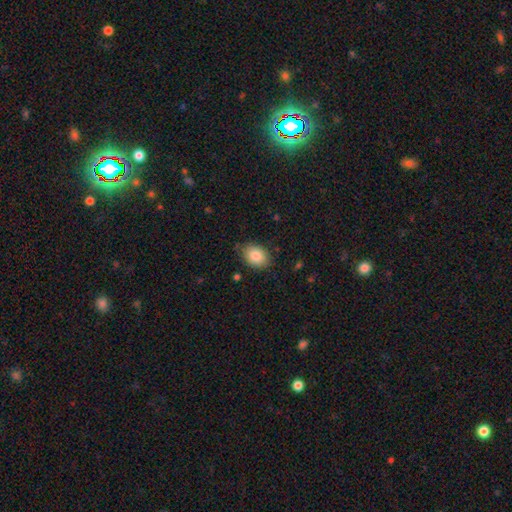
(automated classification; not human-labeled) Smooth or featured? smooth (85%)
How rounded? in between (70%)
Merging? none (80%)